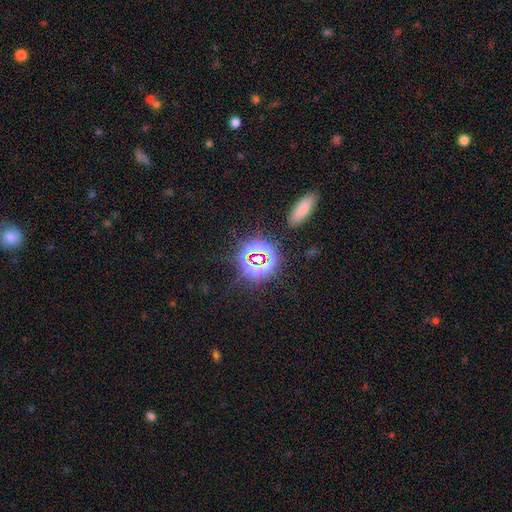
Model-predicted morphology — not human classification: A star or artifact, not a galaxy (68%).